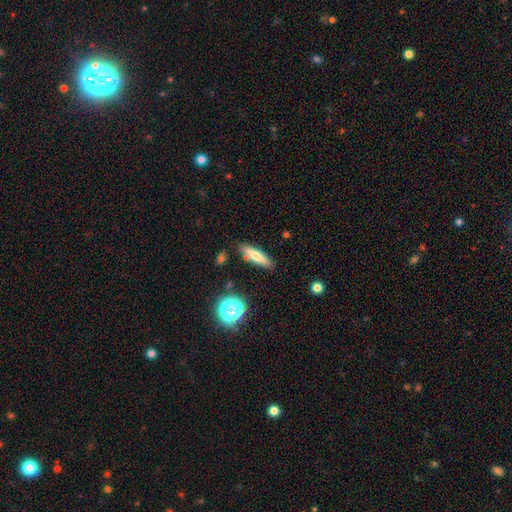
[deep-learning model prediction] Smooth or featured? smooth (65%)
How rounded? cigar-shaped (71%)
Merging? none (82%)